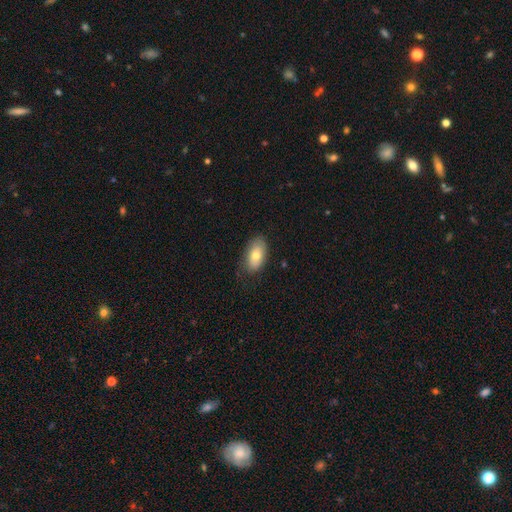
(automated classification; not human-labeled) The model was most divided on "merging": none: 74%, minor disturbance: 21%, major disturbance: 5%, merger: 1%. More confident: how rounded — in between (93%); smooth or featured — smooth (74%).